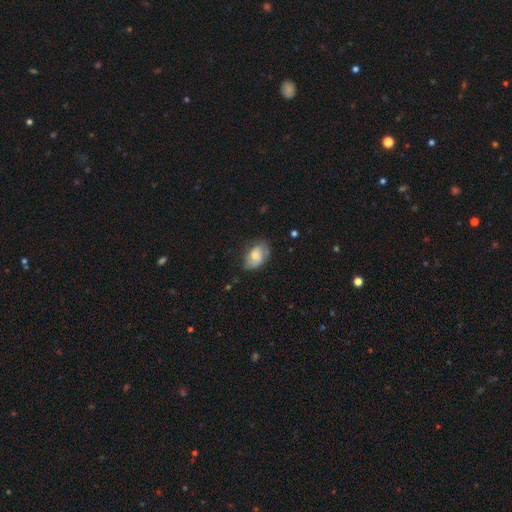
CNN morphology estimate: Q: Smooth or featured?
A: smooth (60%); runner-up: featured or disk (32%)
Q: How rounded?
A: in between (86%); runner-up: round (13%)
Q: Merging?
A: none (58%); runner-up: minor disturbance (30%)